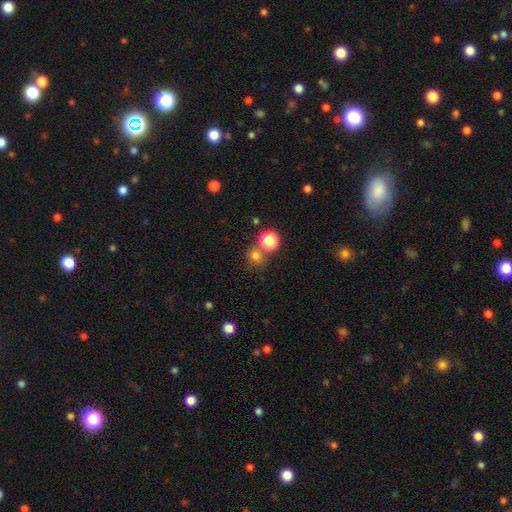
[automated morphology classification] The model was most divided on "merging": none: 66%, merger: 22%, minor disturbance: 8%, major disturbance: 4%. More confident: how rounded — round (84%); smooth or featured — smooth (73%).